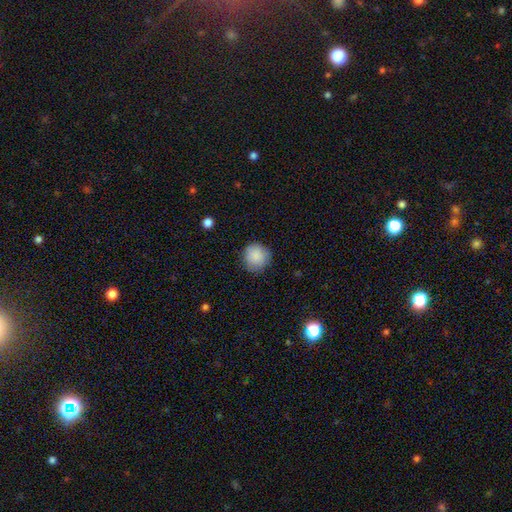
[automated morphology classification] This is clearly a smooth galaxy (87%). How rounded: clearly round (92%). Merging: clearly none (83%).